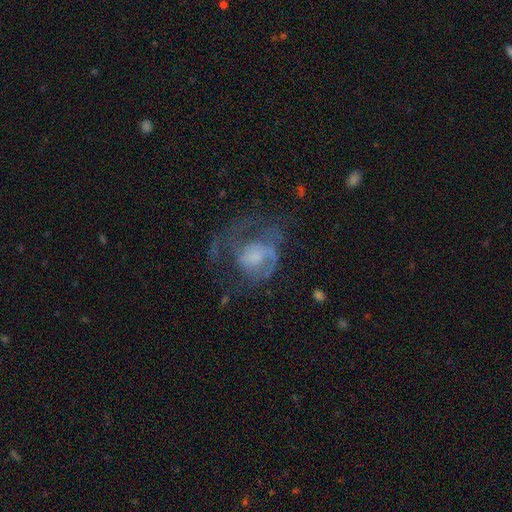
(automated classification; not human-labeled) smooth-or-featured: featured or disk: 66% | smooth: 24% | star or artifact: 10%
  disk-edge-on: no: 97% | yes: 3%
    bar: no: 69% | weak: 26% | strong: 5%
    has-spiral-arms: yes: 72% | no: 28%
    bulge-size: moderate: 36% | small: 30% | none: 17% | large: 15% | dominant: 3%
  merging: major disturbance: 43% | none: 37% | minor disturbance: 17% | merger: 3%